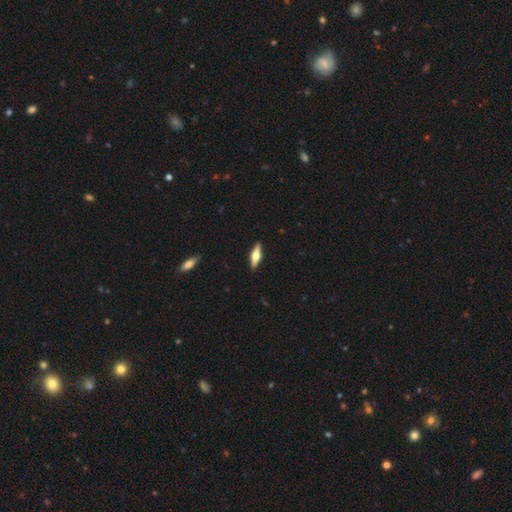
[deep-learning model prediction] Smooth or featured?
  - featured or disk: 53% *
  - smooth: 41%
  - star or artifact: 6%
Edge-on disk?
  - yes: 94% *
  - no: 6%
Edge-on bulge?
  - rounded: 92% *
  - boxy: 5%
  - none: 2%
Merging?
  - none: 91% *
  - minor disturbance: 7%
  - major disturbance: 2%
  - merger: 1%